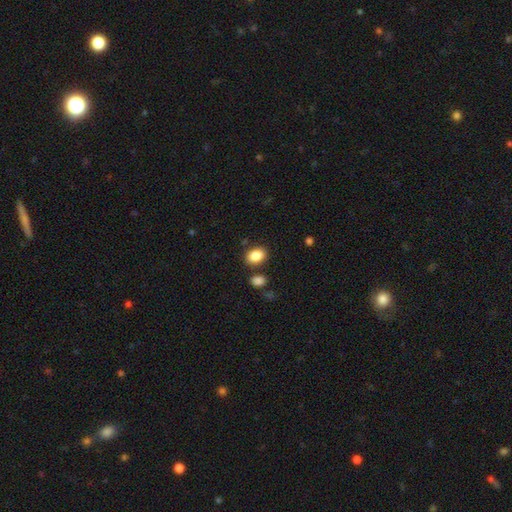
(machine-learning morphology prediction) smooth-or-featured: smooth: 87% | star or artifact: 8% | featured or disk: 5%
  how-rounded: in between: 74% | round: 25% | cigar-shaped: 1%
  merging: none: 78% | minor disturbance: 10% | merger: 8% | major disturbance: 3%